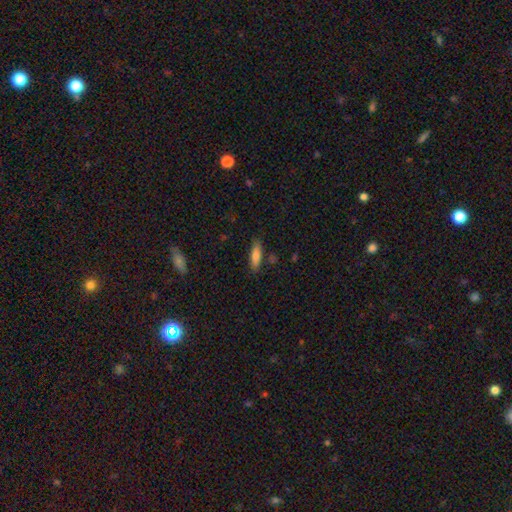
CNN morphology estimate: Smooth or featured? Predicted: smooth (p=0.80). How rounded? Predicted: cigar-shaped (p=0.60). Merging? Predicted: none (p=0.82).